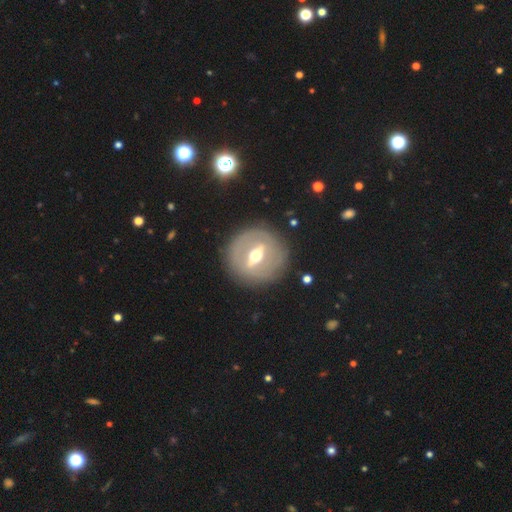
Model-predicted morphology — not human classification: type=featured or disk (76%); edge-on=no (76%); bar=strong (69%); spiral arms=no (70%); bulge=moderate (74%); merging=none (84%).